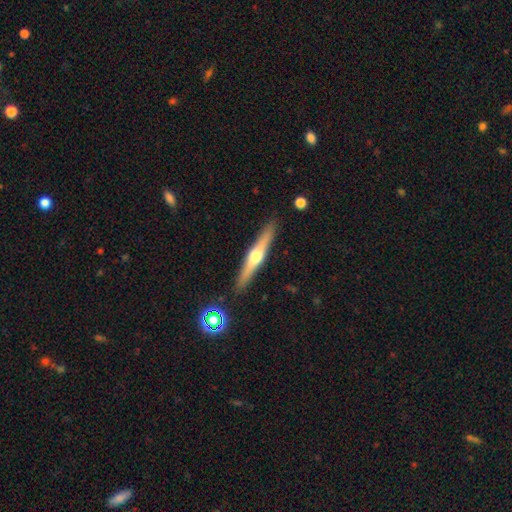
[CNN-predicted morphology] A featured or disk galaxy (63%) viewed edge-on (96%) with a rounded central bulge (91%).

Vote fractions:
- Smooth or featured? featured or disk: 63% / smooth: 32% / star or artifact: 5%
- Edge-on disk? yes: 96% / no: 4%
- Edge-on bulge? rounded: 91% / none: 5% / boxy: 4%
- Merging? none: 90% / minor disturbance: 7% / merger: 2% / major disturbance: 1%